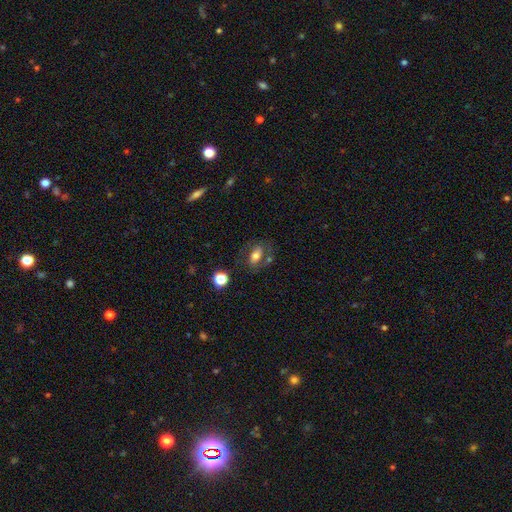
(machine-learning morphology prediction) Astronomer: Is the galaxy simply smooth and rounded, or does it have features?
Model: smooth — 57% (runner-up: featured or disk, 32%).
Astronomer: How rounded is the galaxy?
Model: in between — 82%.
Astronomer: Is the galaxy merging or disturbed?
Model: none — 61%.